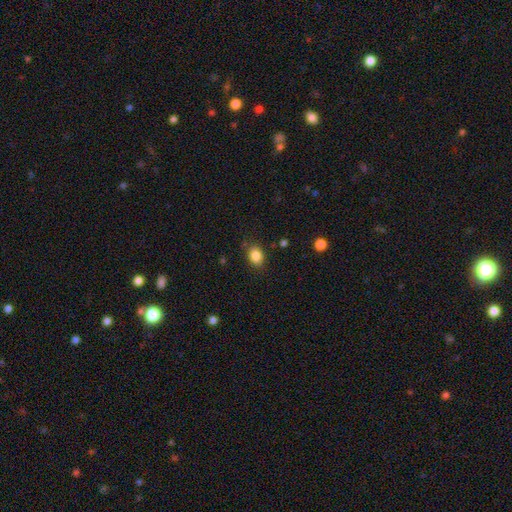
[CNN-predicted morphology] Smooth or featured?
  - smooth: 85% *
  - star or artifact: 9%
  - featured or disk: 5%
How rounded?
  - in between: 65% *
  - round: 34%
  - cigar-shaped: 1%
Merging?
  - none: 84% *
  - minor disturbance: 12%
  - major disturbance: 3%
  - merger: 2%